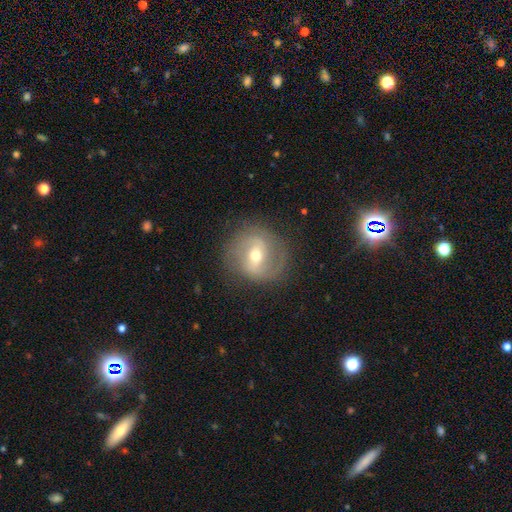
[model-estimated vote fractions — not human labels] smooth_or_featured: featured or disk (p=0.71) [alt: smooth p=0.22]
disk_edge_on: no (p=0.96) [alt: yes p=0.04]
bar: weak (p=0.44) [alt: strong p=0.32]
has_spiral_arms: yes (p=0.79) [alt: no p=0.21]
spiral_winding: medium (p=0.44) [alt: tight p=0.30]
spiral_arm_count: 2 (p=0.77) [alt: can't tell p=0.12]
bulge_size: moderate (p=0.60) [alt: small p=0.35]
merging: none (p=0.77) [alt: minor disturbance p=0.14]